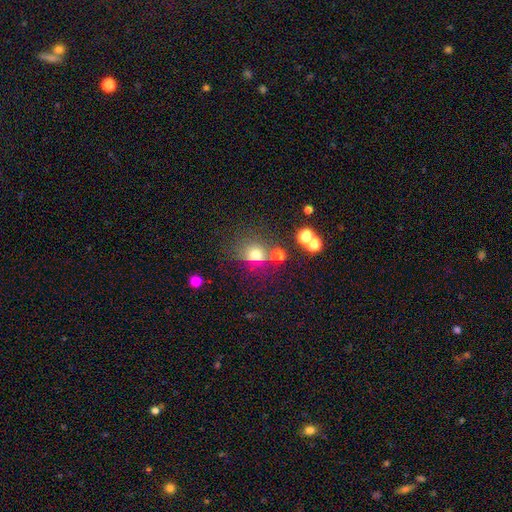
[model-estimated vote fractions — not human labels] A smooth galaxy with no disk features (68%) that is round (80%). Merging: none (64%).